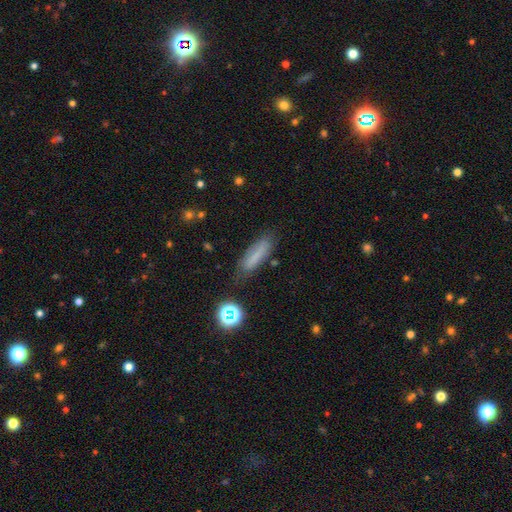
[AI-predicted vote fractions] Smooth or featured? Predicted: smooth (p=0.70). How rounded? Predicted: cigar-shaped (p=0.68). Merging? Predicted: none (p=0.74).